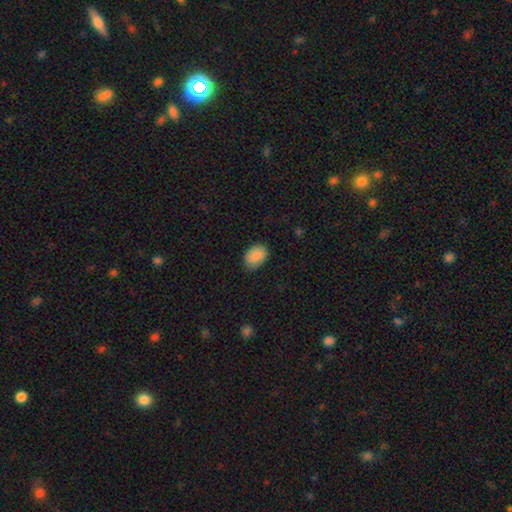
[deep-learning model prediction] This is clearly a smooth galaxy (88%). How rounded: clearly in between (82%). Merging: likely none (80%).